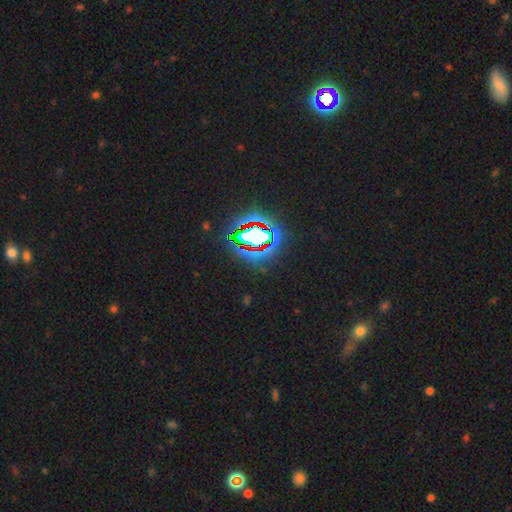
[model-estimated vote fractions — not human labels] Smooth or featured? star or artifact (80%)